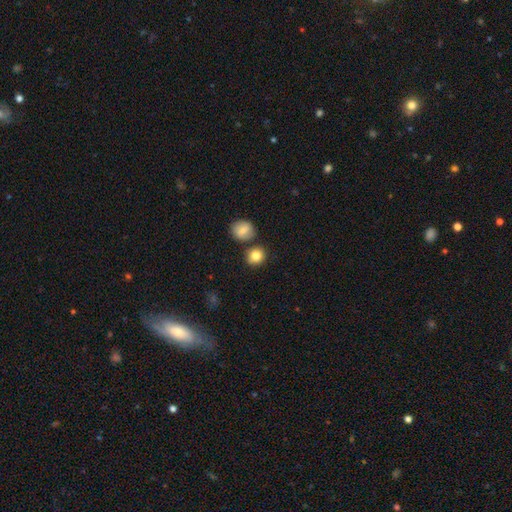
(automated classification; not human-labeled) Overall: smooth (83%). How rounded: round (84%). Merging: none (75%).